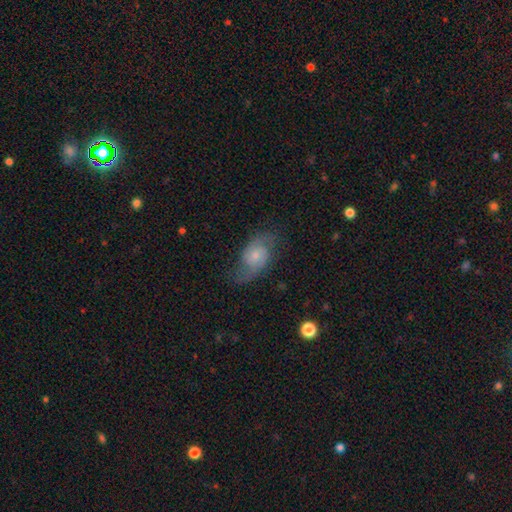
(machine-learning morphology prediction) The model was most divided on "spiral winding": medium: 47%, loose: 34%, tight: 19%. More confident: edge-on disk — no (96%); spiral arms — yes (92%); spiral arm count — 2 (87%); smooth or featured — featured or disk (73%); merging — none (70%); bar — no (64%); bulge size — small (55%).